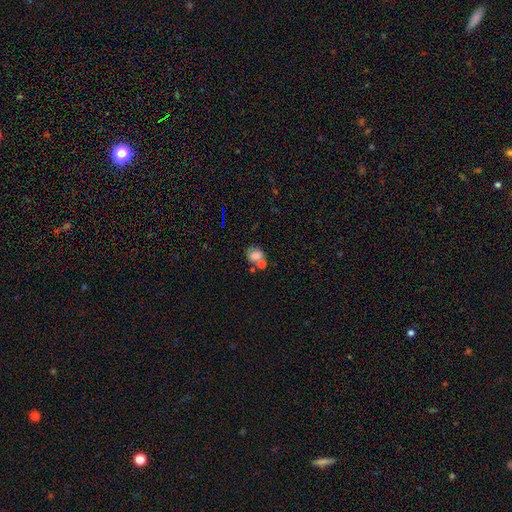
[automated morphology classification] Q: Smooth or featured?
A: smooth (67%); runner-up: featured or disk (22%)
Q: How rounded?
A: round (58%); runner-up: in between (41%)
Q: Merging?
A: merger (45%); runner-up: none (35%)